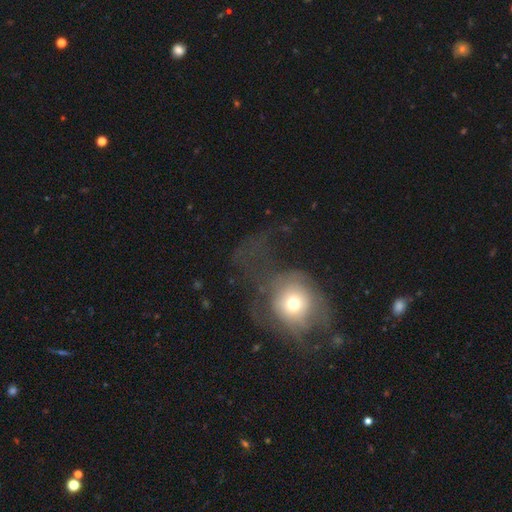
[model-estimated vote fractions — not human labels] Overall: featured or disk (46%; smooth 37%). Merging: major disturbance (42%; none 38%).